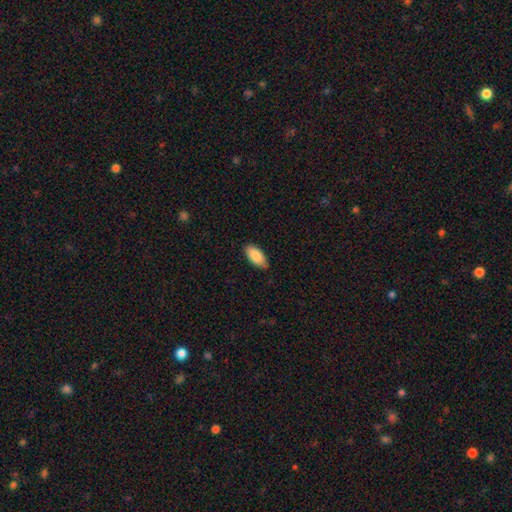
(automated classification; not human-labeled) A smooth galaxy with no disk features (88%) that is in between round and cigar-shaped (92%). Merging: none (83%).